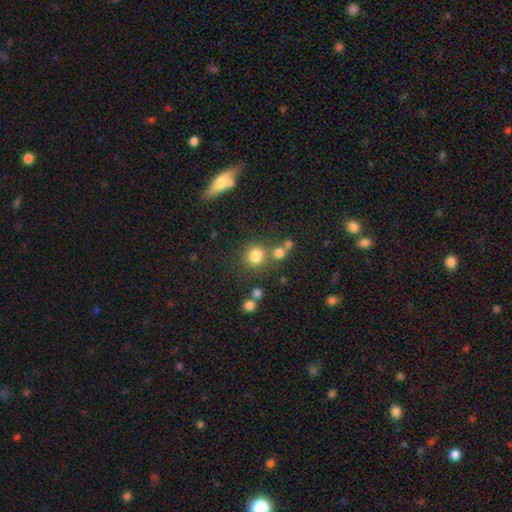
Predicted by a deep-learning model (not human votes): Smooth or featured?
  - smooth: 79% *
  - star or artifact: 14%
  - featured or disk: 7%
How rounded?
  - round: 90% *
  - in between: 9%
  - cigar-shaped: 1%
Merging?
  - none: 71% *
  - merger: 15%
  - minor disturbance: 10%
  - major disturbance: 5%